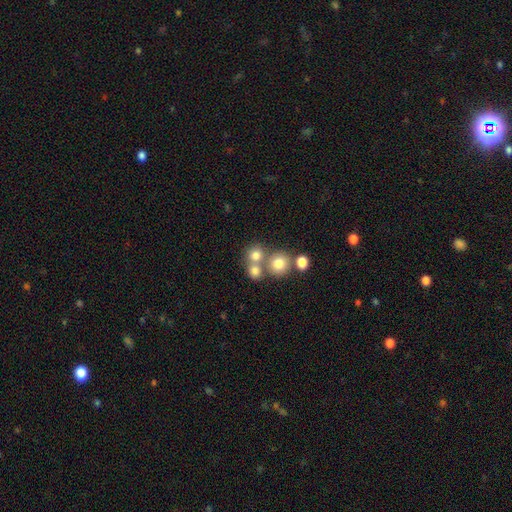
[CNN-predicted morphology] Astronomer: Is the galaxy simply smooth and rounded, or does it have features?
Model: smooth — 74%.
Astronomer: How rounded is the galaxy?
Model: round — 85%.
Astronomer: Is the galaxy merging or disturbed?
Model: none — 51% (runner-up: merger, 39%).